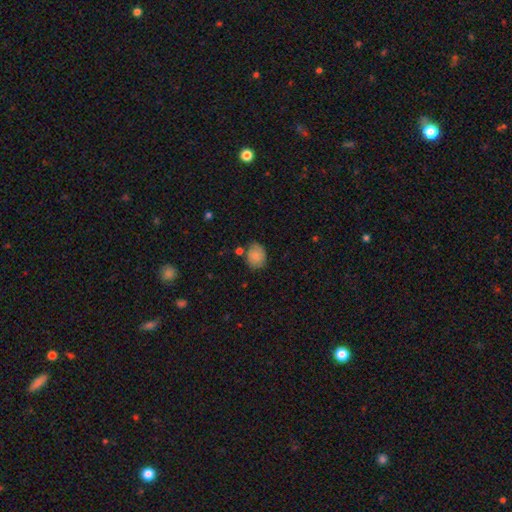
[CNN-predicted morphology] This appears to be a smooth galaxy with no disk features (80%) that is round (56%). Merging: none (70%).